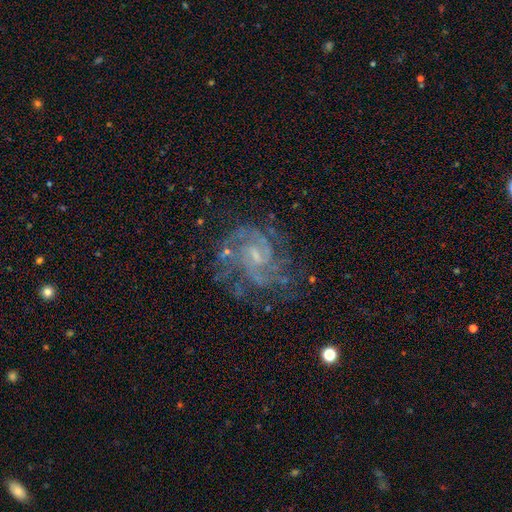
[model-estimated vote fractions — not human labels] smooth_or_featured: featured or disk (p=0.85) [alt: star or artifact p=0.09]
disk_edge_on: no (p=0.98) [alt: yes p=0.02]
bar: weak (p=0.52) [alt: no p=0.37]
has_spiral_arms: yes (p=0.95) [alt: no p=0.05]
spiral_winding: tight (p=0.49) [alt: medium p=0.42]
spiral_arm_count: can't tell (p=0.26) [alt: 2 p=0.25]
bulge_size: small (p=0.58) [alt: moderate p=0.22]
merging: none (p=0.66) [alt: minor disturbance p=0.18]